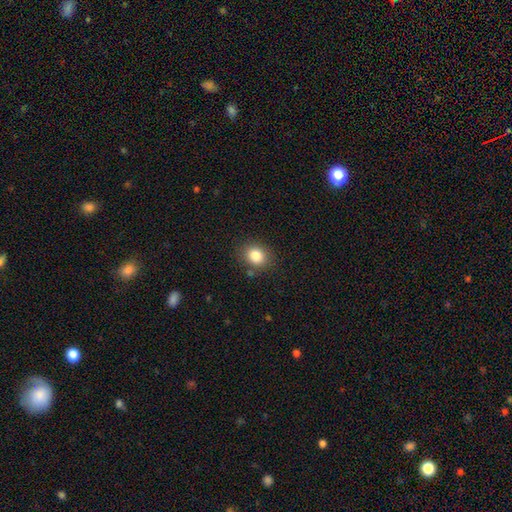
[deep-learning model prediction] Smooth or featured? smooth (83%)
How rounded? round (63%)
Merging? none (84%)